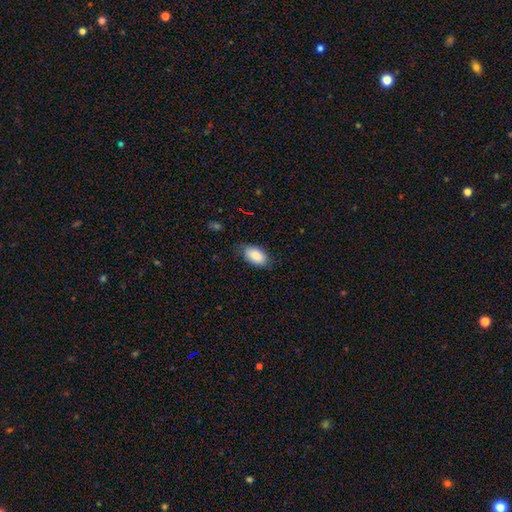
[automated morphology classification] Smooth or featured? Predicted: smooth (p=0.86). How rounded? Predicted: in between (p=0.94). Merging? Predicted: none (p=0.75).